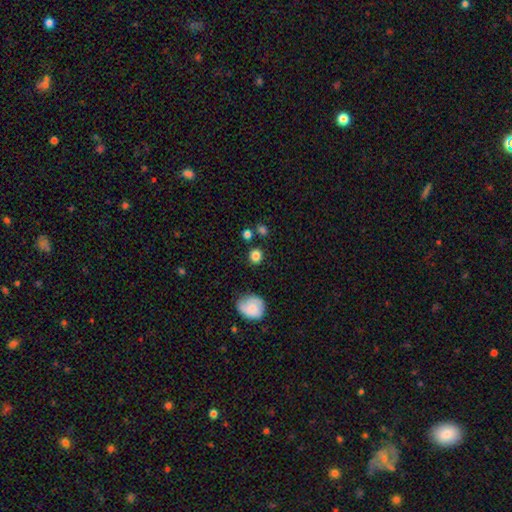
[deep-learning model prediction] This is clearly a smooth galaxy (84%). How rounded: clearly round (82%). Merging: likely none (80%).